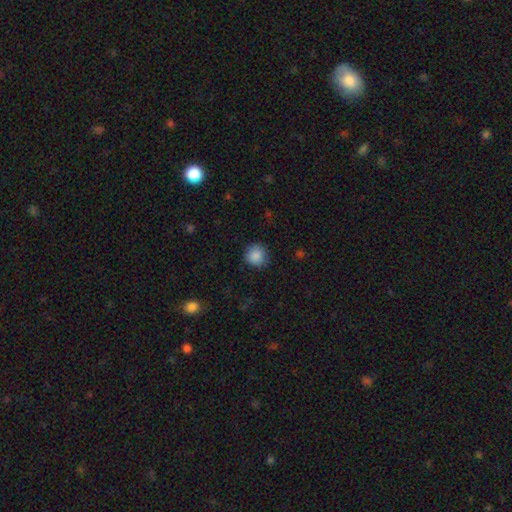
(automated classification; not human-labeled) A smooth galaxy with no disk features (88%) that is round (91%). Merging: none (85%).